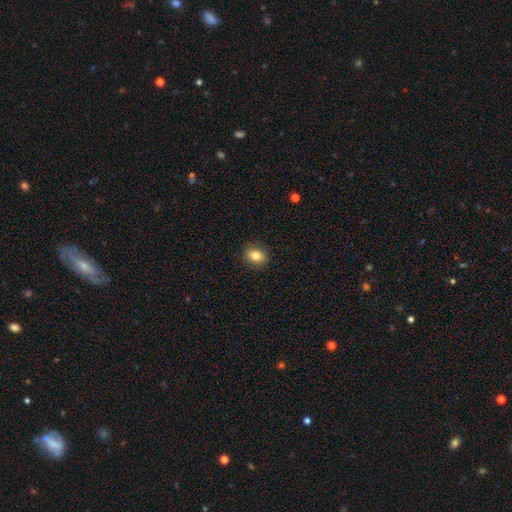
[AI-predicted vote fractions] Smooth or featured? smooth (82%)
How rounded? in between (53%)
Merging? none (89%)